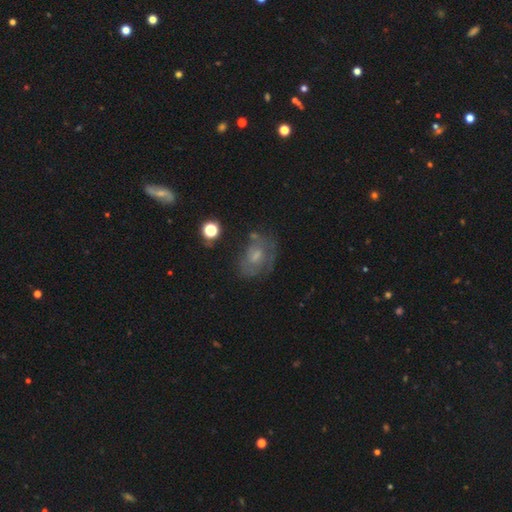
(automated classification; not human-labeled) This appears to be a featured or disk galaxy (53%) with no bar (73%), spiral arms (52%) and a small central bulge (44%). Merging: none (52%).